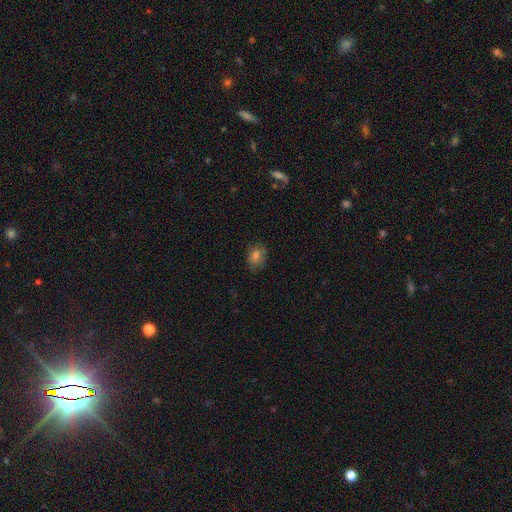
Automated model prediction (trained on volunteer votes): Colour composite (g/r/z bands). It shows a smooth galaxy with no disk features (78%) that is in between round and cigar-shaped (68%). Merging: none (78%).